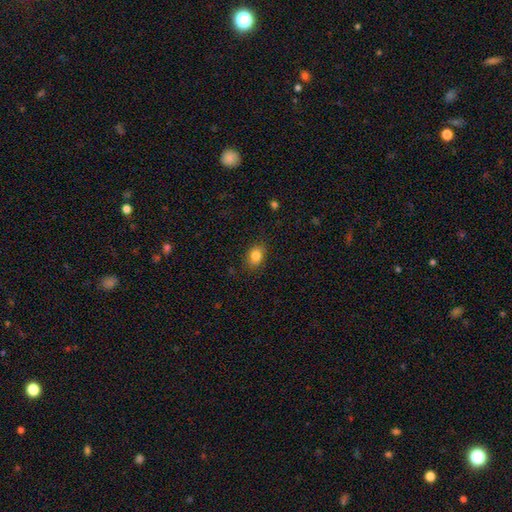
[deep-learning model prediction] Smooth or featured?
  - smooth: 83% *
  - star or artifact: 10%
  - featured or disk: 7%
How rounded?
  - in between: 63% *
  - round: 36%
  - cigar-shaped: 1%
Merging?
  - none: 85% *
  - minor disturbance: 11%
  - major disturbance: 3%
  - merger: 1%